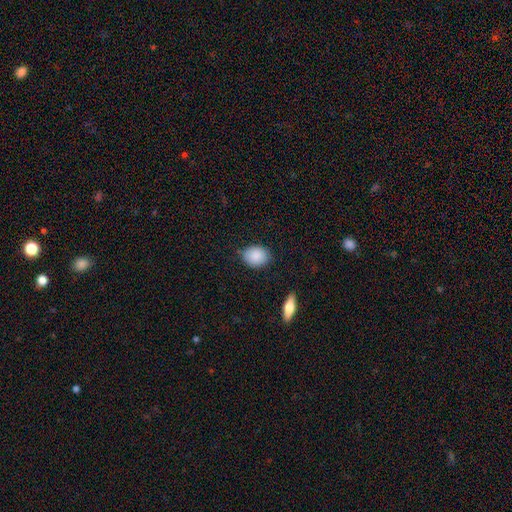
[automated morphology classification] Smooth or featured?
  - smooth: 88% *
  - star or artifact: 7%
  - featured or disk: 5%
How rounded?
  - in between: 66% *
  - round: 33%
  - cigar-shaped: 1%
Merging?
  - none: 81% *
  - minor disturbance: 14%
  - major disturbance: 3%
  - merger: 2%